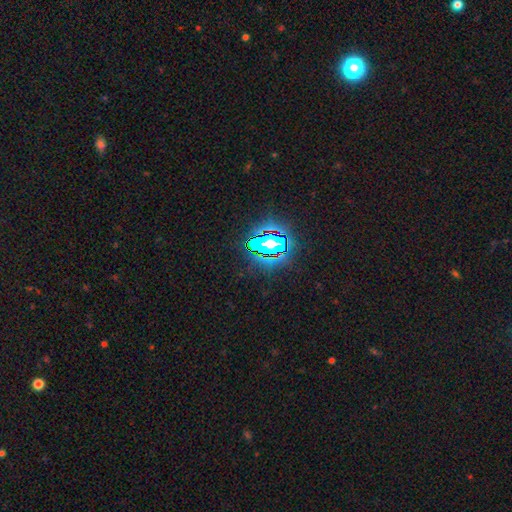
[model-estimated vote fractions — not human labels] Overall: star or artifact (84%).